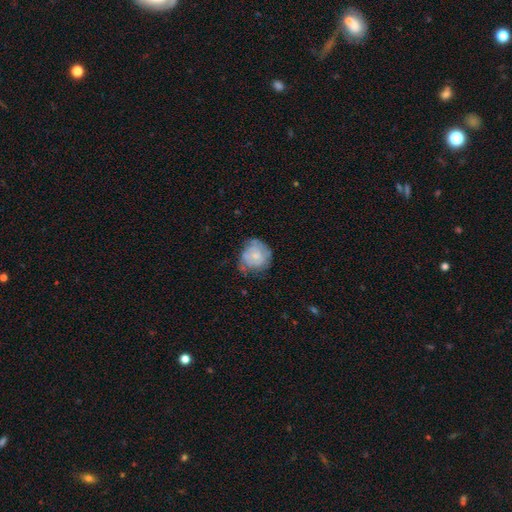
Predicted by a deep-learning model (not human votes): Smooth or featured? Predicted: featured or disk (p=0.47). Merging? Predicted: none (p=0.51).